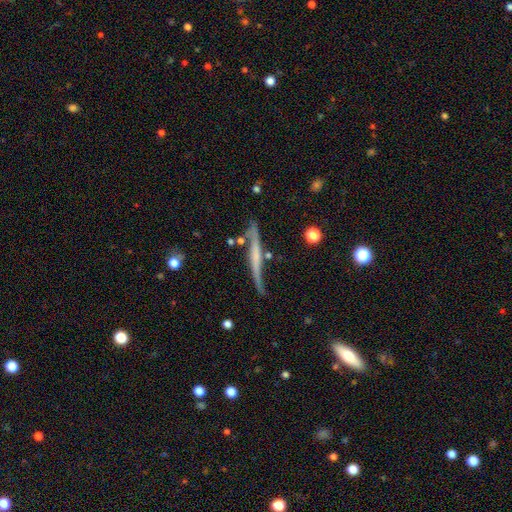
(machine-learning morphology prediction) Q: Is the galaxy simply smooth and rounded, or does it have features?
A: featured or disk — 60%.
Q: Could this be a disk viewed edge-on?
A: yes — 89%.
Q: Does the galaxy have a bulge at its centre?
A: none — 68%.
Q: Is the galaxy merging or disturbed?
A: none — 62%.